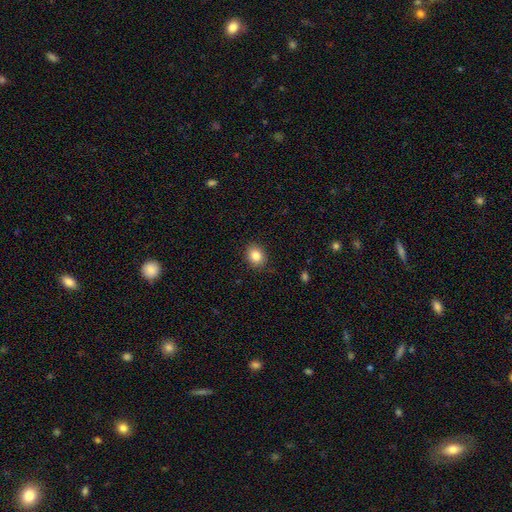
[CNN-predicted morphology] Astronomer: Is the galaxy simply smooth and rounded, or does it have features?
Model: smooth — 84%.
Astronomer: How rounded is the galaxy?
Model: round — 53% (runner-up: in between, 46%).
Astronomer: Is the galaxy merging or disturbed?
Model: none — 88%.